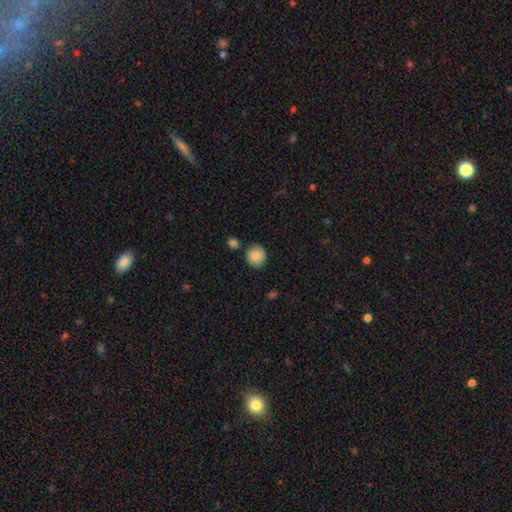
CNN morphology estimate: smooth-or-featured: smooth: 86% | star or artifact: 8% | featured or disk: 6%
  how-rounded: round: 86% | in between: 13% | cigar-shaped: 1%
  merging: none: 79% | minor disturbance: 12% | merger: 6% | major disturbance: 3%